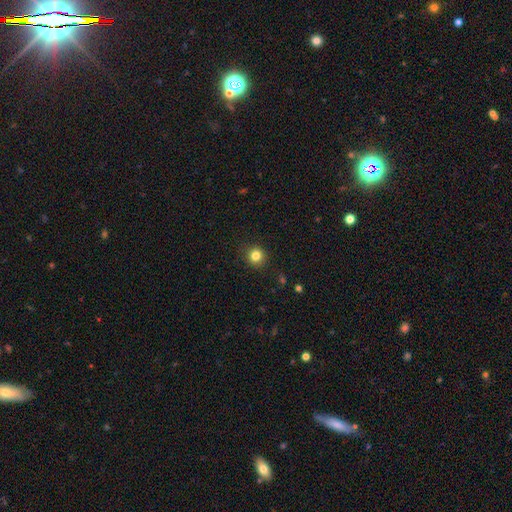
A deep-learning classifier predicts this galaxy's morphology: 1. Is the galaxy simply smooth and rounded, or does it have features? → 83% smooth, 12% star or artifact, 5% featured or disk.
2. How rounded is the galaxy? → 92% round, 7% in between, 1% cigar-shaped.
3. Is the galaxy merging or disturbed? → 91% none, 6% minor disturbance, 2% major disturbance, 1% merger.